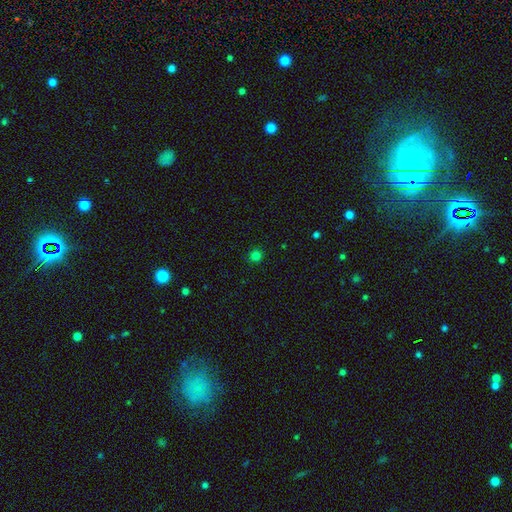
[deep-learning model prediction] Morphology: type=smooth (80%); roundness=round (92%); merging=none (92%).